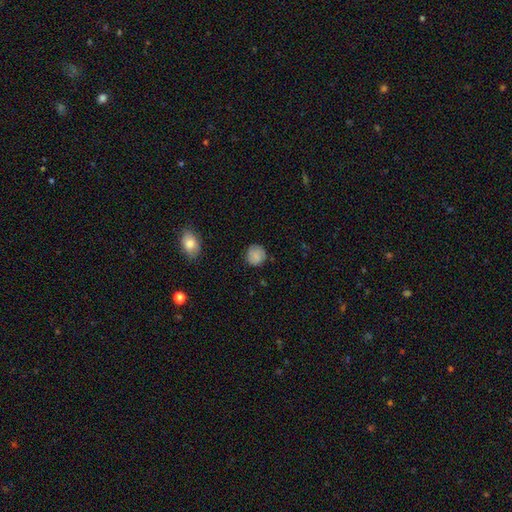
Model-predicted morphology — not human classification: This appears to be a smooth galaxy with no disk features (80%) that is round (87%). Merging: none (79%).